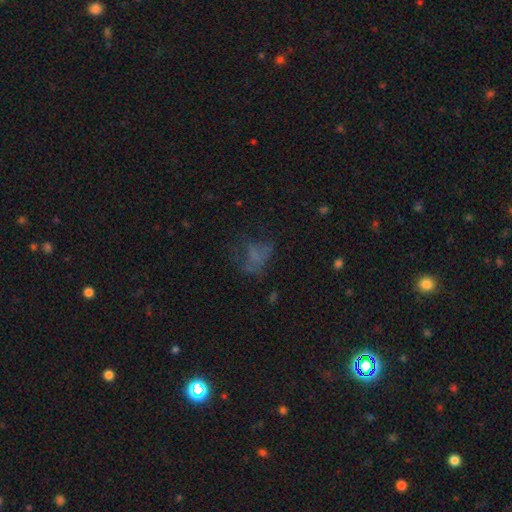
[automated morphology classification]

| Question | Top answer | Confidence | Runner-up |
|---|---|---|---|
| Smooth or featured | smooth | 45% | featured or disk (30%) |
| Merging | none | 39% | major disturbance (38%) |